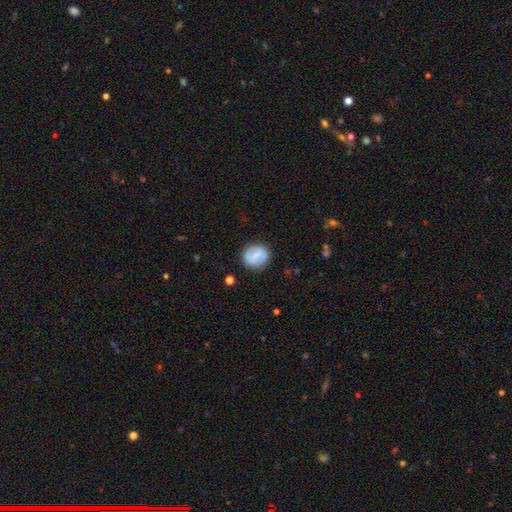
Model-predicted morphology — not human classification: This is likely a smooth galaxy (63%). How rounded: clearly round (82%). Merging: clearly none (85%).